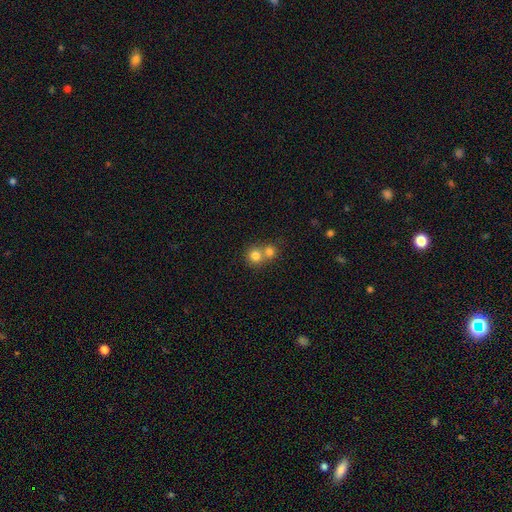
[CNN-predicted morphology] A smooth galaxy with no disk features (79%) that is round (88%). Merging: merger (54%).